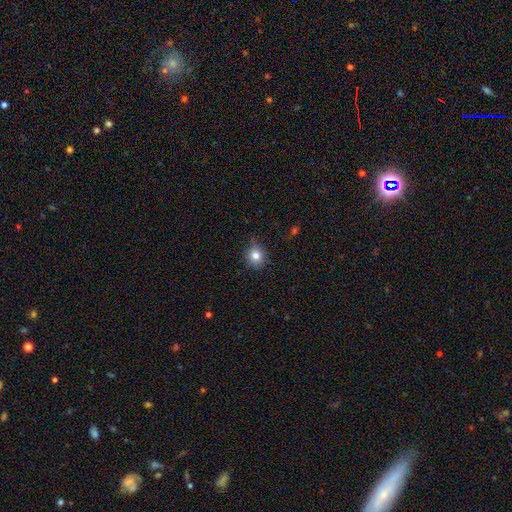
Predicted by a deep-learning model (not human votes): smooth 80%, star or artifact 12%, featured or disk 8%. Down the decision tree: how rounded — round (84%); merging — none (73%).